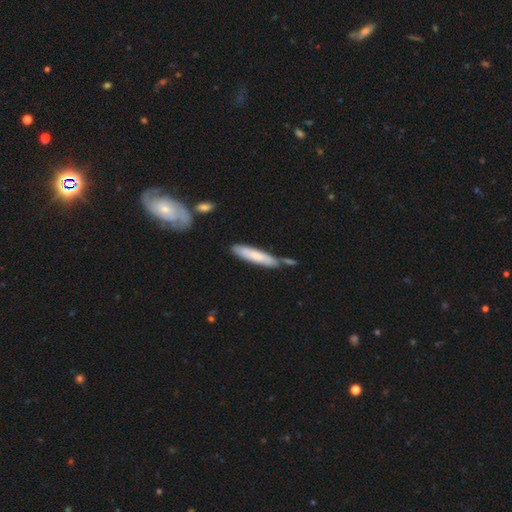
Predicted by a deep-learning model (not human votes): Q: Smooth or featured?
A: smooth (69%); runner-up: featured or disk (25%)
Q: How rounded?
A: cigar-shaped (84%); runner-up: in between (15%)
Q: Merging?
A: none (55%); runner-up: minor disturbance (22%)